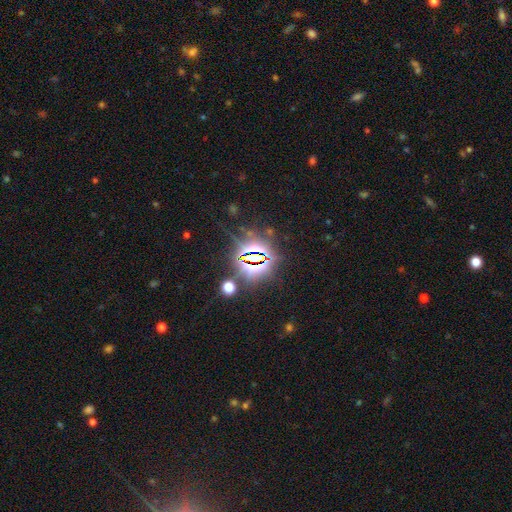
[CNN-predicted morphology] Overall: star or artifact (79%).